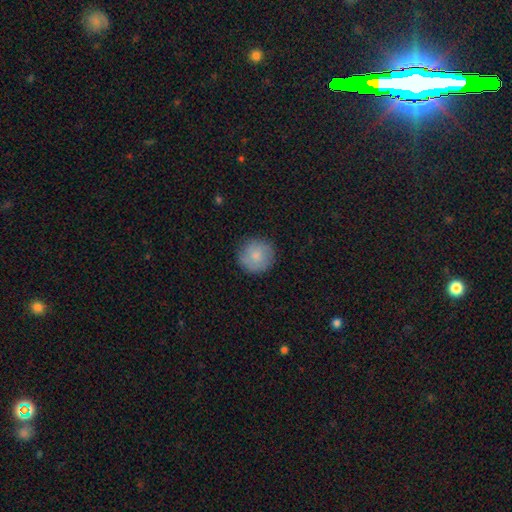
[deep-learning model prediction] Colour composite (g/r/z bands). It shows a smooth galaxy with no disk features (75%) that is round (94%). Merging: none (84%).